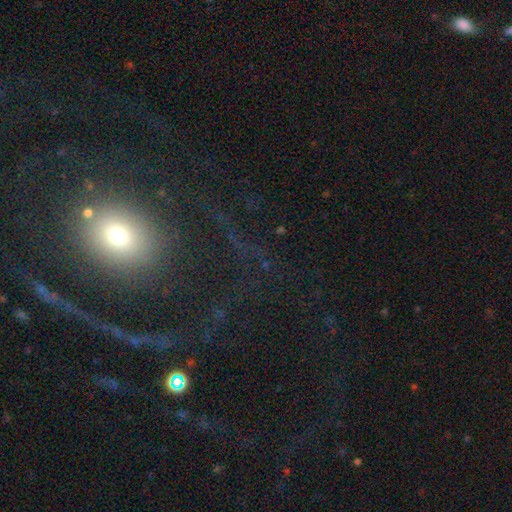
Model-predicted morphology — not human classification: smooth-or-featured: smooth: 34% | featured or disk: 33% | star or artifact: 32%
  merging: none: 67% | major disturbance: 18% | minor disturbance: 11% | merger: 4%